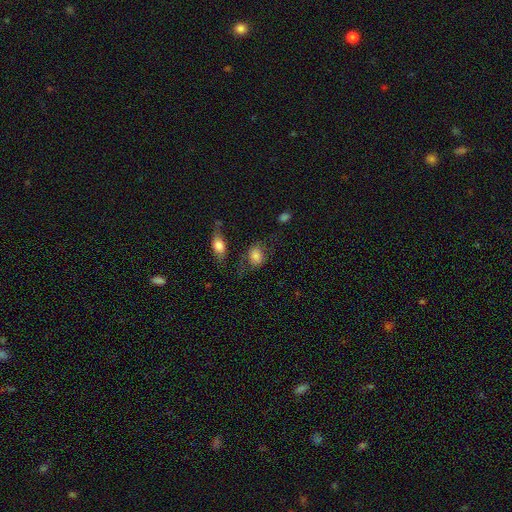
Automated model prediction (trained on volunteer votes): Smooth or featured? Predicted: smooth (p=0.77). How rounded? Predicted: in between (p=0.54). Merging? Predicted: none (p=0.55).